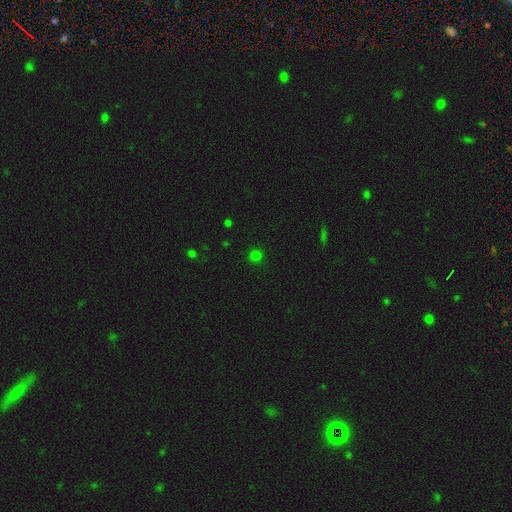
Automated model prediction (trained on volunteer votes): Morphology: type=smooth (75%); roundness=round (94%); merging=none (91%).